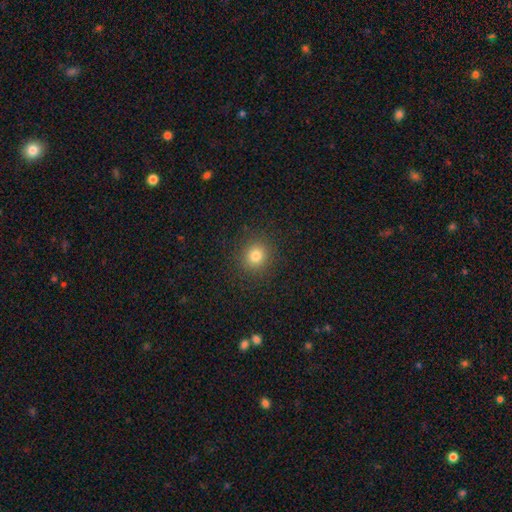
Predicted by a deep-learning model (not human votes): This appears to be a smooth galaxy with no disk features (80%) that is round (88%). Merging: none (90%).